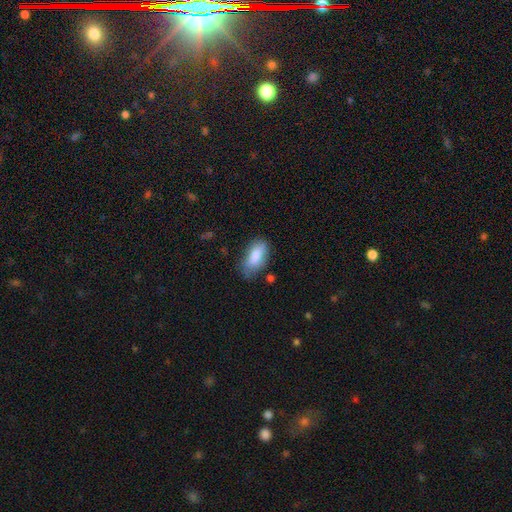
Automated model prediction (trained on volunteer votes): Smooth or featured? Predicted: smooth (p=0.82). How rounded? Predicted: in between (p=0.90). Merging? Predicted: none (p=0.61).